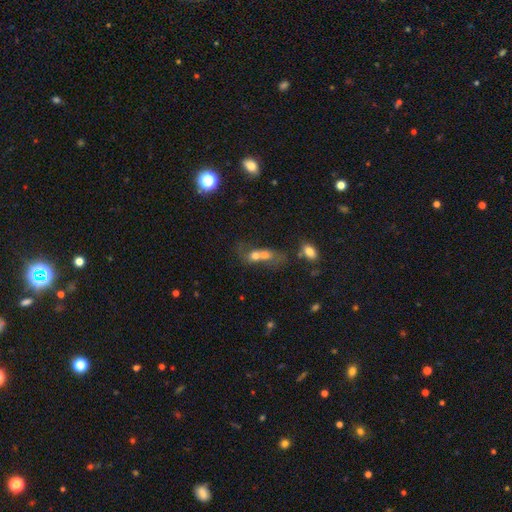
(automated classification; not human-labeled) Smooth or featured: smooth — 51% (featured or disk — 27%)
How rounded: in between — 55% (round — 29%)
Merging: merger — 61% (none — 23%)